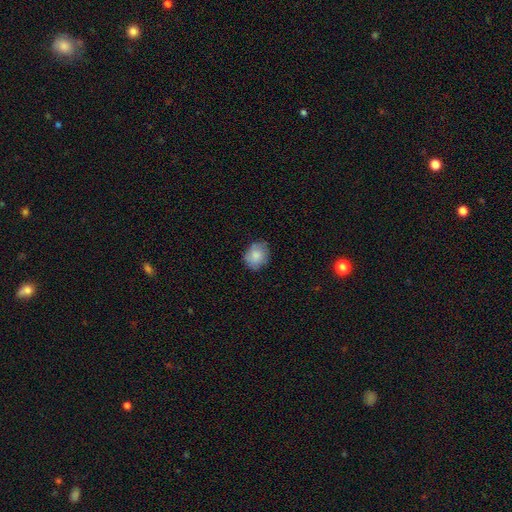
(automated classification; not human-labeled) The model was most divided on "how rounded": round: 54%, in between: 45%, cigar-shaped: 1%. More confident: smooth or featured — smooth (81%); merging — none (74%).